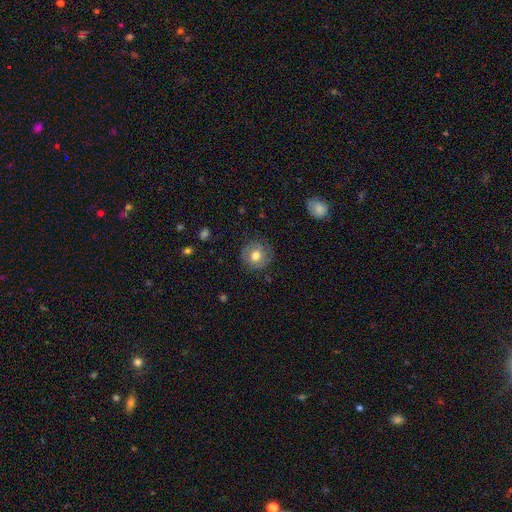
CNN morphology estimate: The model was most divided on "smooth or featured": smooth: 72%, featured or disk: 19%, star or artifact: 9%. More confident: how rounded — round (89%); merging — none (83%).